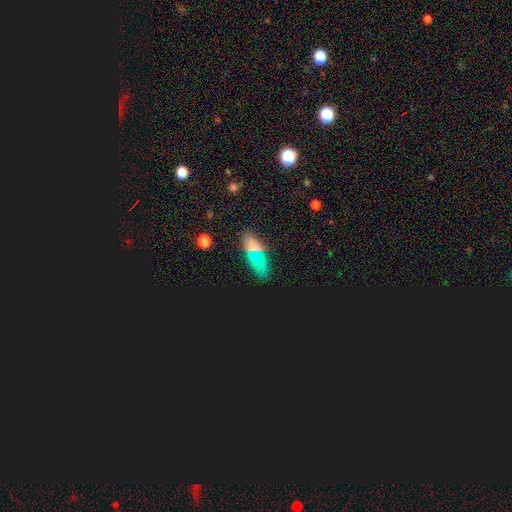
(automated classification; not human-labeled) Smooth or featured?
  - smooth: 60% *
  - star or artifact: 27%
  - featured or disk: 13%
How rounded?
  - in between: 73% *
  - cigar-shaped: 20%
  - round: 7%
Merging?
  - none: 82% *
  - minor disturbance: 10%
  - major disturbance: 4%
  - merger: 3%